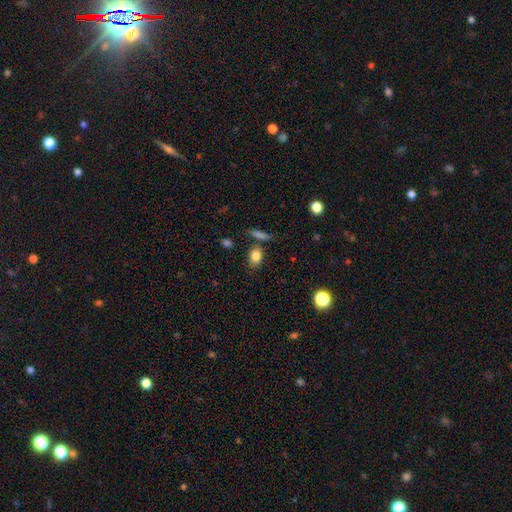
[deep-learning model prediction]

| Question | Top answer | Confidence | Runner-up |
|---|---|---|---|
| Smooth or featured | smooth | 84% | star or artifact (10%) |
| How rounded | in between | 63% | round (34%) |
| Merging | none | 70% | minor disturbance (15%) |